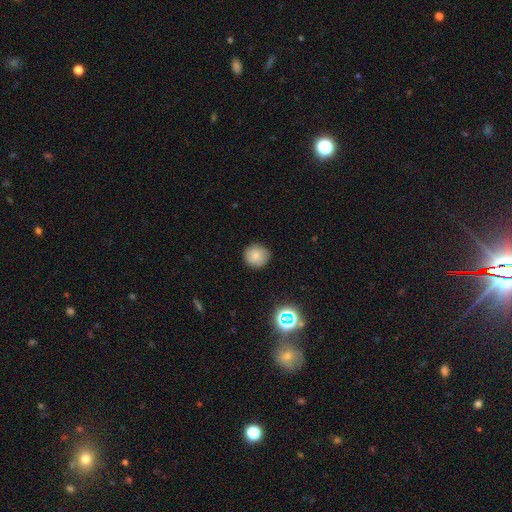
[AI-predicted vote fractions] Smooth or featured? Predicted: smooth (p=0.81). How rounded? Predicted: round (p=0.92). Merging? Predicted: none (p=0.85).